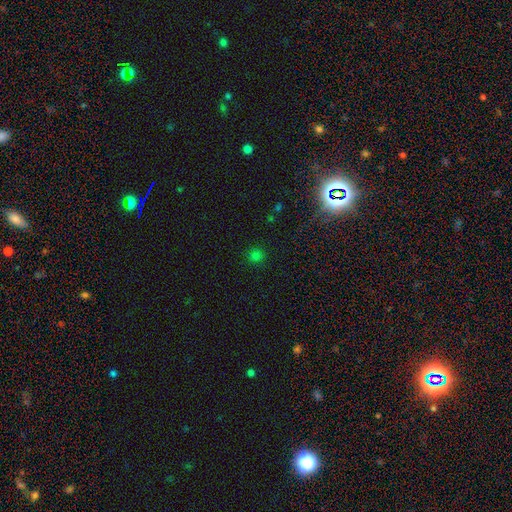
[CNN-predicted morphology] Smooth or featured?
  - smooth: 76% *
  - star or artifact: 20%
  - featured or disk: 4%
How rounded?
  - round: 92% *
  - in between: 7%
  - cigar-shaped: 1%
Merging?
  - none: 90% *
  - minor disturbance: 6%
  - major disturbance: 2%
  - merger: 1%